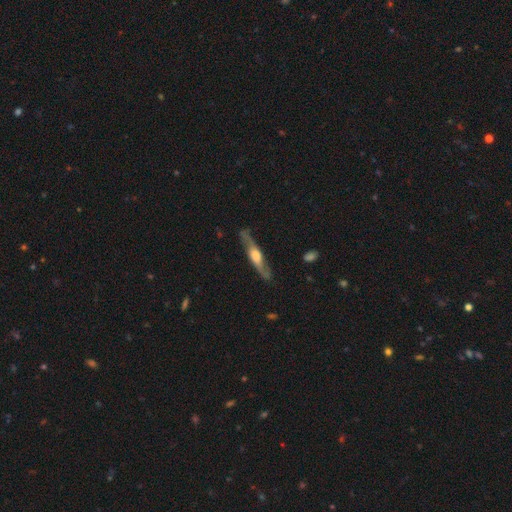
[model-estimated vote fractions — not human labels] Q: Smooth or featured?
A: featured or disk (73%); runner-up: smooth (22%)
Q: Edge-on disk?
A: yes (70%); runner-up: no (30%)
Q: Edge-on bulge?
A: rounded (80%); runner-up: boxy (13%)
Q: Merging?
A: none (81%); runner-up: minor disturbance (14%)